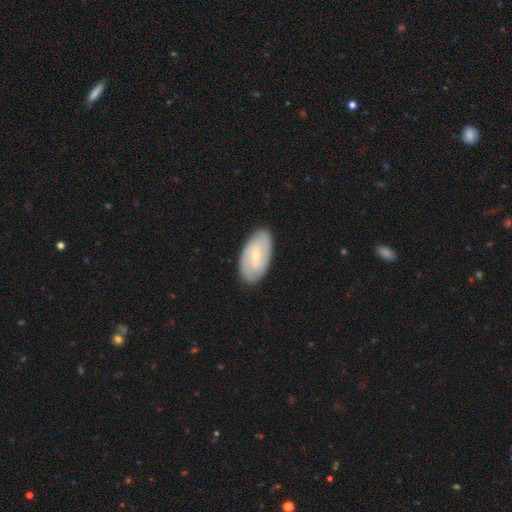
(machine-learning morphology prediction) The model was most divided on "bar": weak: 50%, no: 35%, strong: 16%. Remaining: edge-on disk — no (94%); spiral arms — yes (86%); merging — none (84%); bulge size — small (68%); smooth or featured — featured or disk (67%); spiral winding — tight (51%); spiral arm count — 2 (50%).